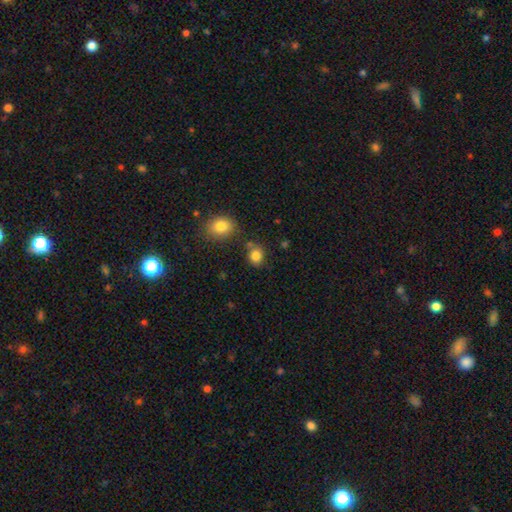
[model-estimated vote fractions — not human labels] Q: Smooth or featured?
A: smooth (83%); runner-up: star or artifact (11%)
Q: How rounded?
A: round (61%); runner-up: in between (38%)
Q: Merging?
A: none (70%); runner-up: minor disturbance (15%)